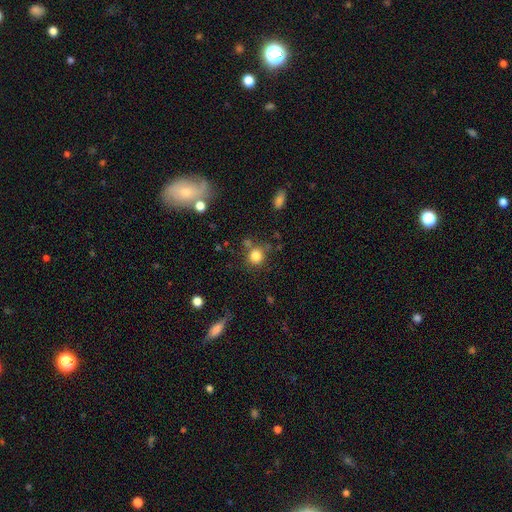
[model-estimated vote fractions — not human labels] smooth-or-featured: smooth: 83% | star or artifact: 12% | featured or disk: 6%
  how-rounded: round: 89% | in between: 10% | cigar-shaped: 1%
  merging: none: 73% | minor disturbance: 11% | merger: 11% | major disturbance: 5%